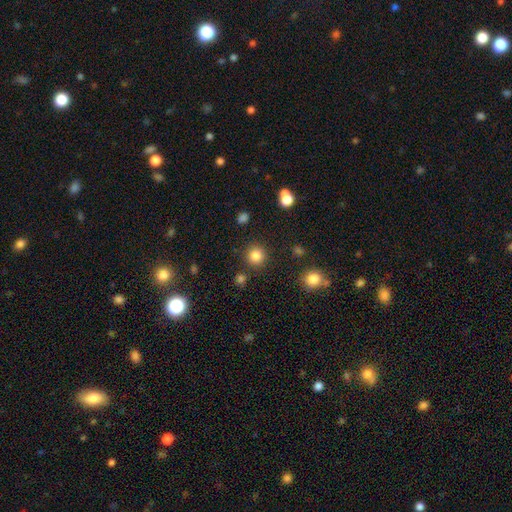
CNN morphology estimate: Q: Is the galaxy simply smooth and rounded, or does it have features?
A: smooth — 84%.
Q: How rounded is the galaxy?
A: round — 94%.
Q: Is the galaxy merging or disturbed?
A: none — 88%.